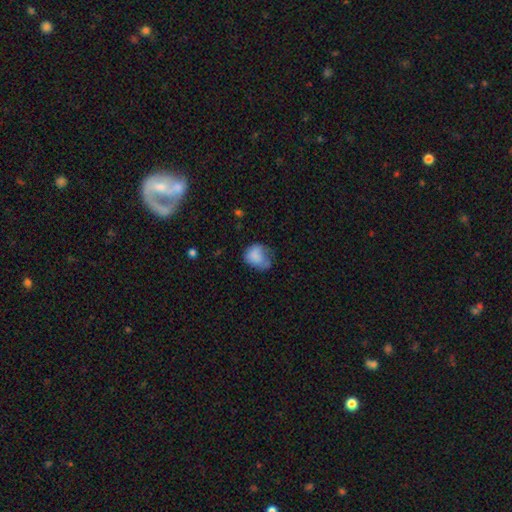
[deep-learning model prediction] Morphology: type=smooth (75%); roundness=in between (52%); merging=none (37%).